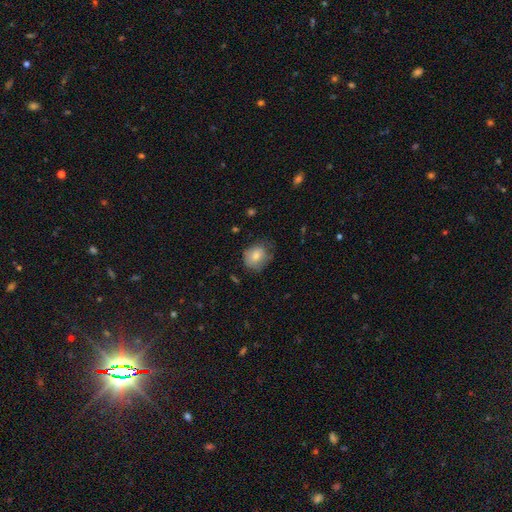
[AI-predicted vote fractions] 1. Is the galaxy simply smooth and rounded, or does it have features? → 78% smooth, 14% featured or disk, 8% star or artifact.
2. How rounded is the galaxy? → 60% round, 39% in between, 1% cigar-shaped.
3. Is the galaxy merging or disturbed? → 56% none, 31% minor disturbance, 12% major disturbance, 1% merger.